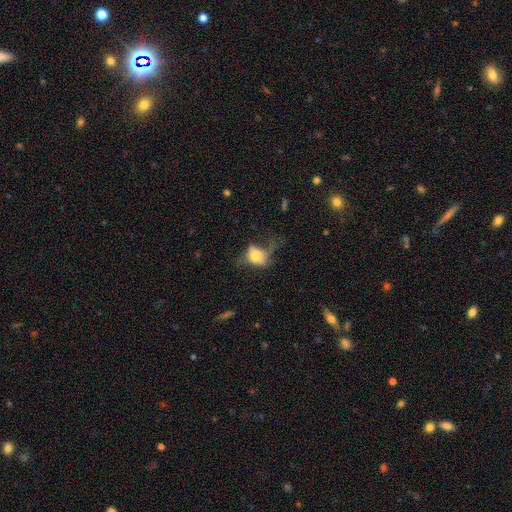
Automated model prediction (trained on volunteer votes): smooth_or_featured: smooth (p=0.57) [alt: featured or disk p=0.33]
how_rounded: in between (p=0.67) [alt: round p=0.31]
merging: major disturbance (p=0.45) [alt: none p=0.28]